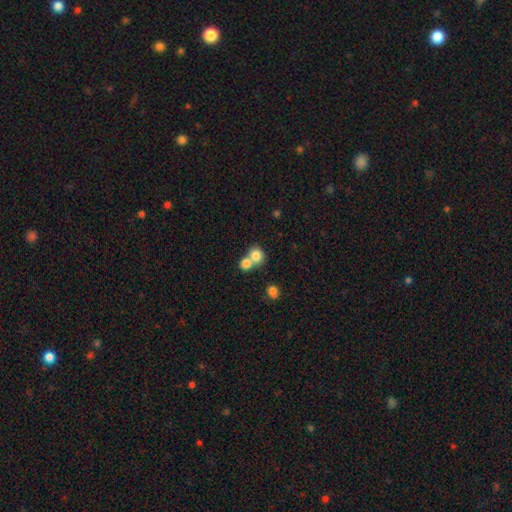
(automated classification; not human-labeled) Smooth or featured?
  - smooth: 79% *
  - featured or disk: 11%
  - star or artifact: 10%
How rounded?
  - round: 80% *
  - in between: 19%
  - cigar-shaped: 1%
Merging?
  - merger: 56% *
  - none: 36%
  - minor disturbance: 6%
  - major disturbance: 2%